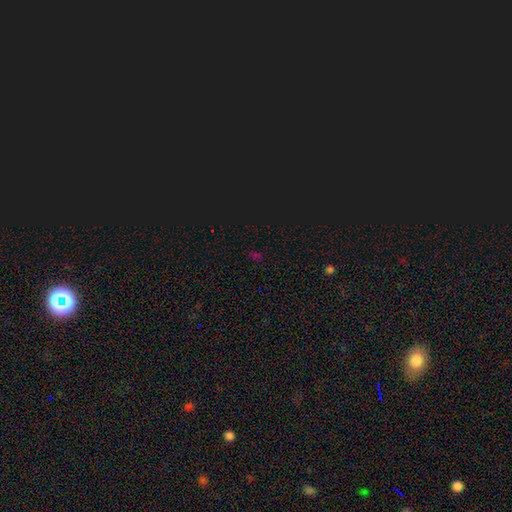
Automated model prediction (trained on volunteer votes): Smooth or featured?
  - star or artifact: 64% *
  - smooth: 28%
  - featured or disk: 7%